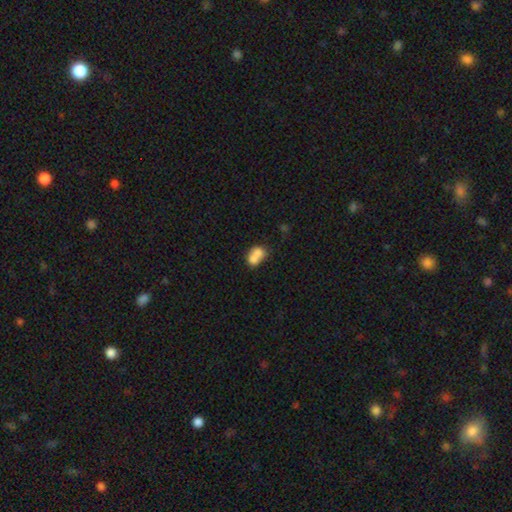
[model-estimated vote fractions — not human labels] A smooth galaxy with no disk features (72%) that is in between round and cigar-shaped (59%).

Vote fractions:
- Smooth or featured? smooth: 72% / featured or disk: 19% / star or artifact: 9%
- How rounded? in between: 59% / round: 40% / cigar-shaped: 1%
- Merging? merger: 67% / none: 21% / minor disturbance: 8% / major disturbance: 4%